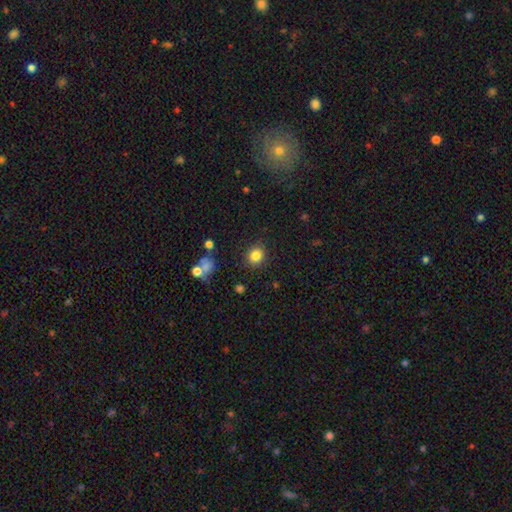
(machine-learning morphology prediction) Overall: smooth (83%). How rounded: round (79%). Merging: none (87%).